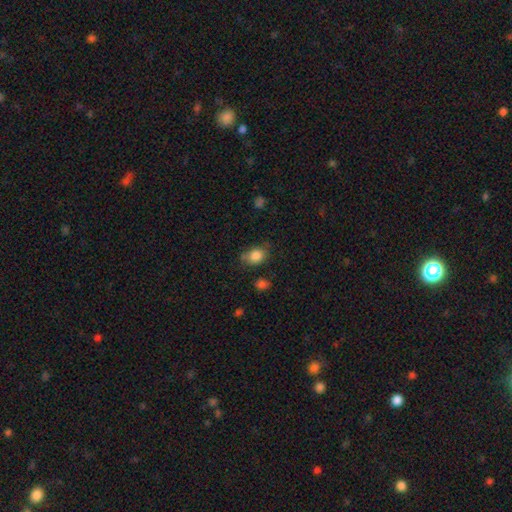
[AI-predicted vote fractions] Overall: smooth (84%). How rounded: in between (52%; round 46%). Merging: none (65%).